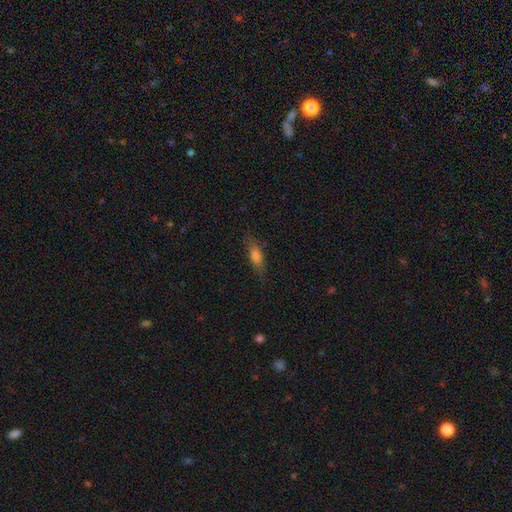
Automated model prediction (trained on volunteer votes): Smooth or featured? Predicted: smooth (p=0.70). How rounded? Predicted: in between (p=0.53). Merging? Predicted: none (p=0.78).